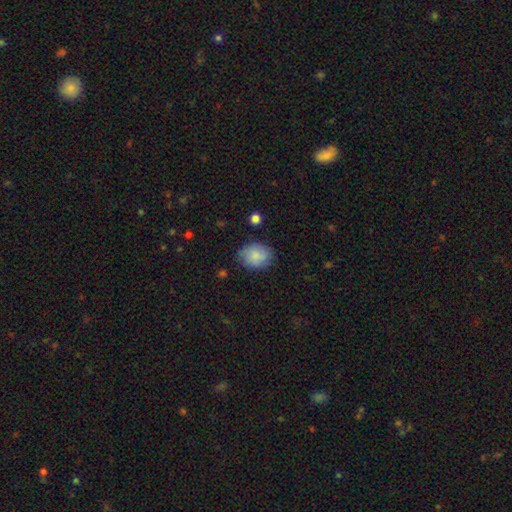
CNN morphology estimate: A smooth galaxy with no disk features (81%) that is in between round and cigar-shaped (57%). Merging: none (76%).